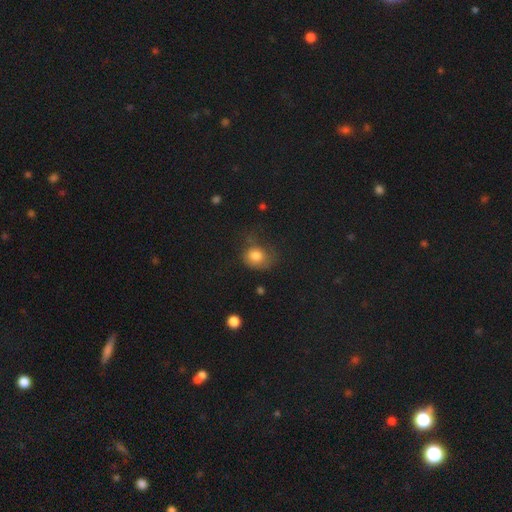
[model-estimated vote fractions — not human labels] A smooth galaxy with no disk features (80%) that is round (59%).

Vote fractions:
- Smooth or featured? smooth: 80% / star or artifact: 10% / featured or disk: 10%
- How rounded? round: 59% / in between: 40% / cigar-shaped: 1%
- Merging? none: 45% / minor disturbance: 31% / major disturbance: 21% / merger: 3%